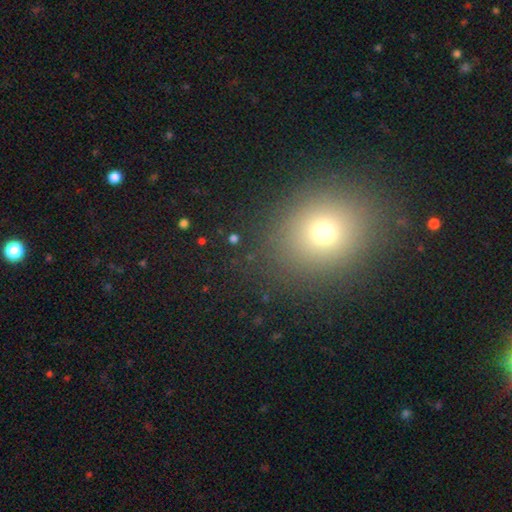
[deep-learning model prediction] A smooth galaxy with no disk features (66%) that is round (67%).

Vote fractions:
- Smooth or featured? smooth: 66% / star or artifact: 25% / featured or disk: 9%
- How rounded? round: 67% / in between: 31% / cigar-shaped: 1%
- Merging? none: 88% / minor disturbance: 7% / major disturbance: 3% / merger: 2%